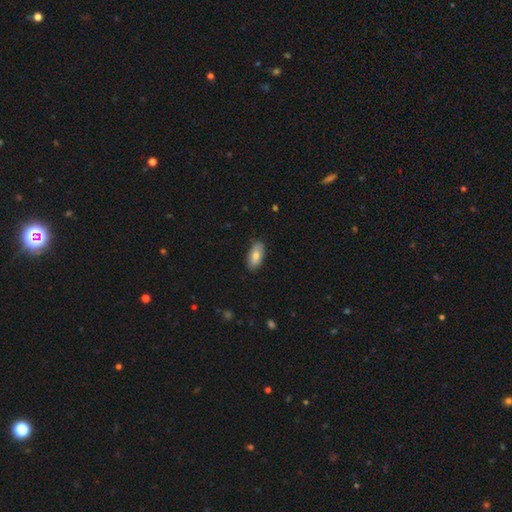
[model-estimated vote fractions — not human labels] Smooth or featured: smooth — 81% (featured or disk — 13%)
How rounded: in between — 91% (cigar-shaped — 7%)
Merging: none — 85% (minor disturbance — 12%)